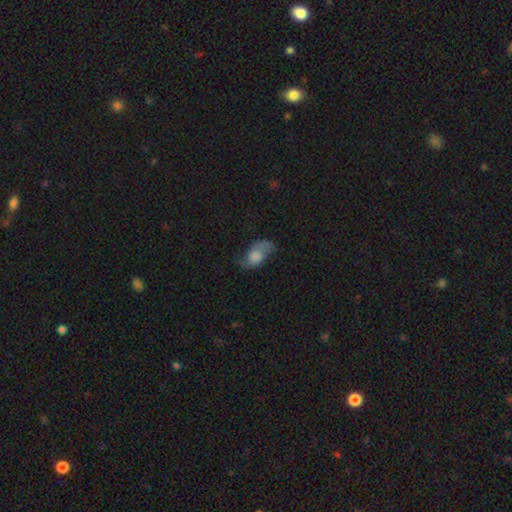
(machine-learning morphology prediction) featured or disk 52%, smooth 38%, star or artifact 9%. Down the decision tree: edge-on disk — no (93%); merging — none (58%).